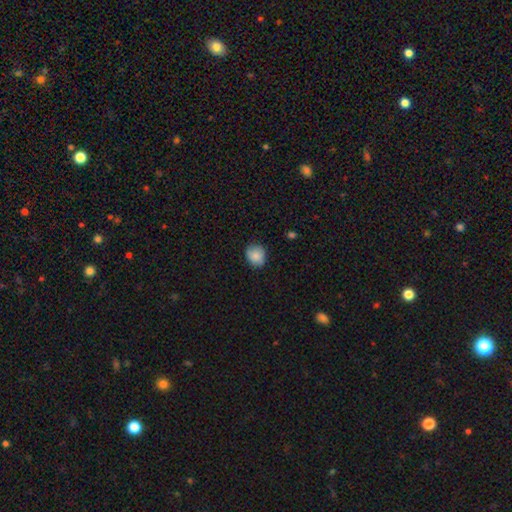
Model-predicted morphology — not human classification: Smooth or featured? Predicted: smooth (p=0.86). How rounded? Predicted: round (p=0.77). Merging? Predicted: none (p=0.80).